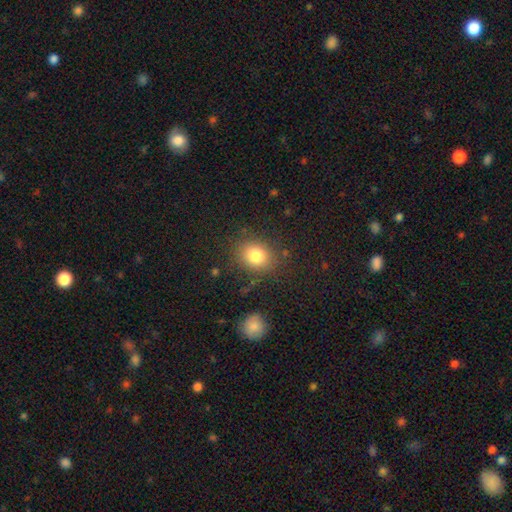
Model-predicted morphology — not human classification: A smooth galaxy with no disk features (81%) that is round (61%).

Vote fractions:
- Smooth or featured? smooth: 81% / star or artifact: 11% / featured or disk: 8%
- How rounded? round: 61% / in between: 38% / cigar-shaped: 1%
- Merging? none: 81% / minor disturbance: 11% / major disturbance: 5% / merger: 3%